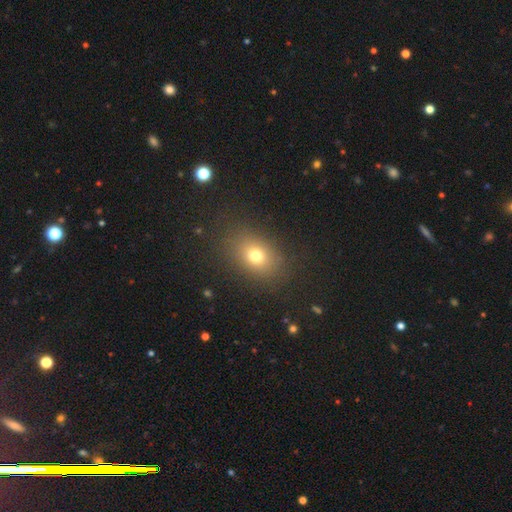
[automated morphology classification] Q: Smooth or featured?
A: smooth (73%); runner-up: star or artifact (15%)
Q: How rounded?
A: in between (64%); runner-up: round (34%)
Q: Merging?
A: none (84%); runner-up: minor disturbance (10%)